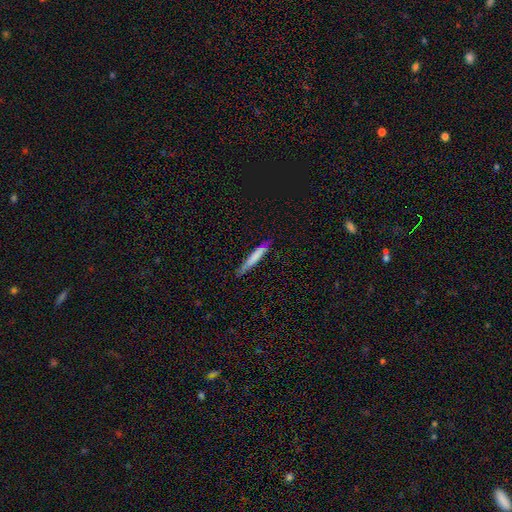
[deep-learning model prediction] Smooth or featured?
  - smooth: 69% *
  - featured or disk: 25%
  - star or artifact: 6%
How rounded?
  - cigar-shaped: 94% *
  - in between: 5%
  - round: 1%
Merging?
  - none: 79% *
  - minor disturbance: 17%
  - major disturbance: 3%
  - merger: 2%